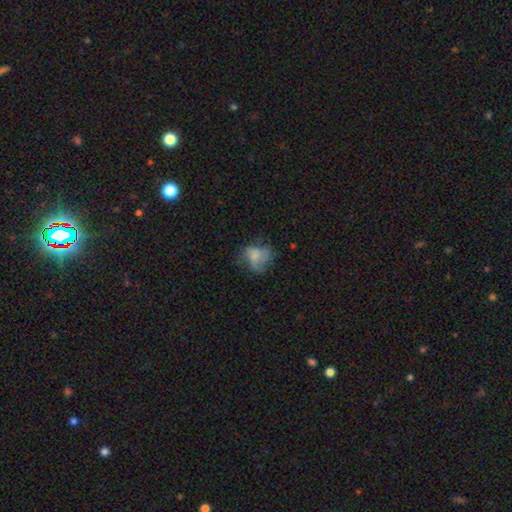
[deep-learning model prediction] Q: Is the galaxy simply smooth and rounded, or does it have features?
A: smooth — 45%.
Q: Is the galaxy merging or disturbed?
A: none — 49%.